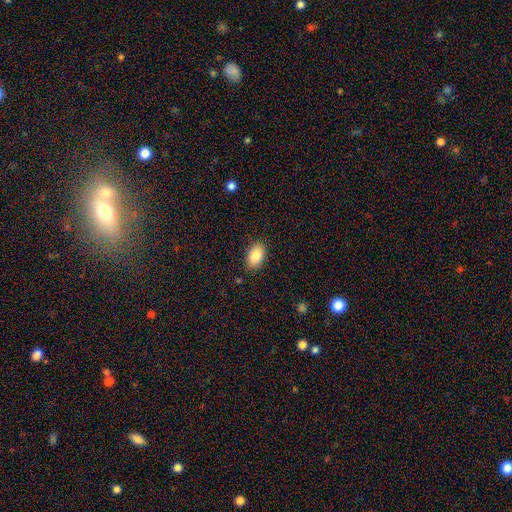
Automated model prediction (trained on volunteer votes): Morphology: type=smooth (85%); roundness=in between (92%); merging=none (88%).